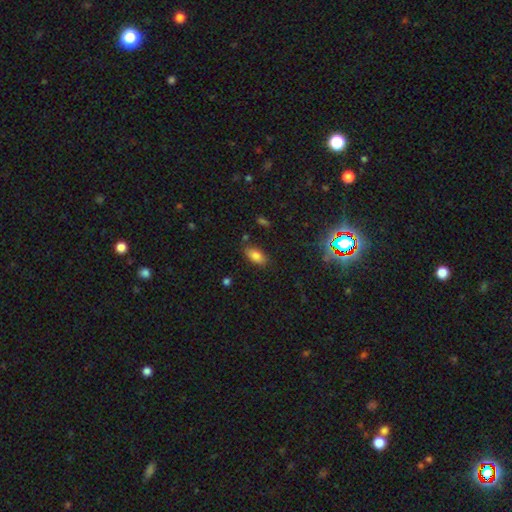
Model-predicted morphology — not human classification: A smooth galaxy with no disk features (80%) that is in between round and cigar-shaped (89%). Merging: none (79%).